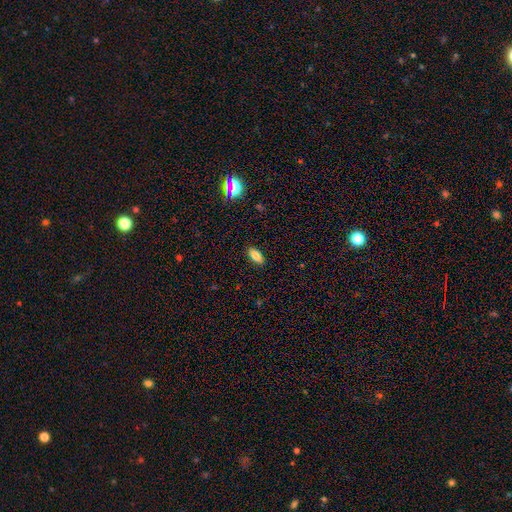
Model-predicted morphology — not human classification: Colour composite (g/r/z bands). It shows a smooth galaxy with no disk features (82%) that is in between round and cigar-shaped (86%). Merging: none (88%).